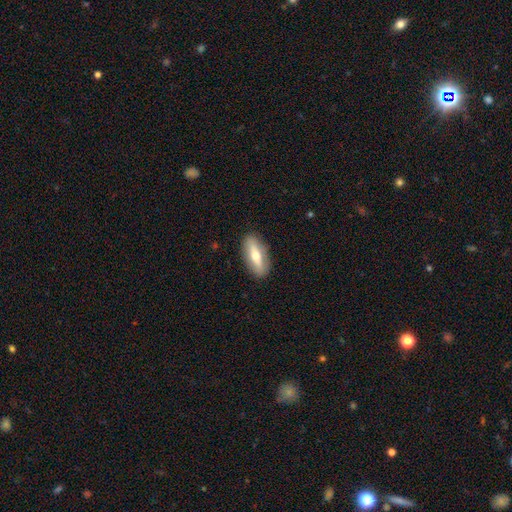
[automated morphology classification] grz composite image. It shows a smooth galaxy with no disk features (52%) that is in between round and cigar-shaped (67%). Merging: none (88%).